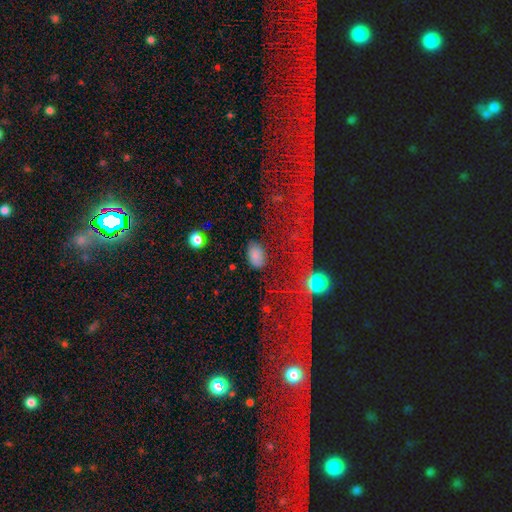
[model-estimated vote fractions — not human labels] Smooth or featured? smooth (78%)
How rounded? in between (89%)
Merging? none (77%)